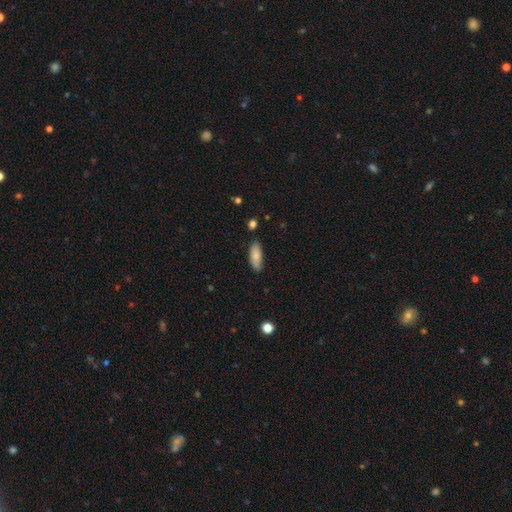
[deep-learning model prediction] Overall: smooth (83%). How rounded: in between (76%). Merging: none (81%).